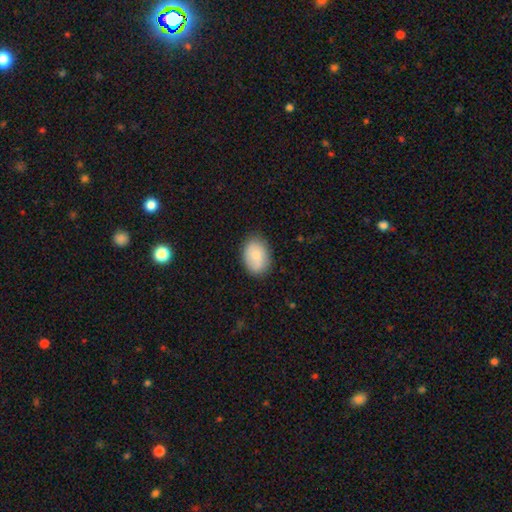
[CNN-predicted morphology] The model was most divided on "smooth or featured": smooth: 76%, featured or disk: 17%, star or artifact: 7%. More confident: merging — none (82%); how rounded — in between (80%).